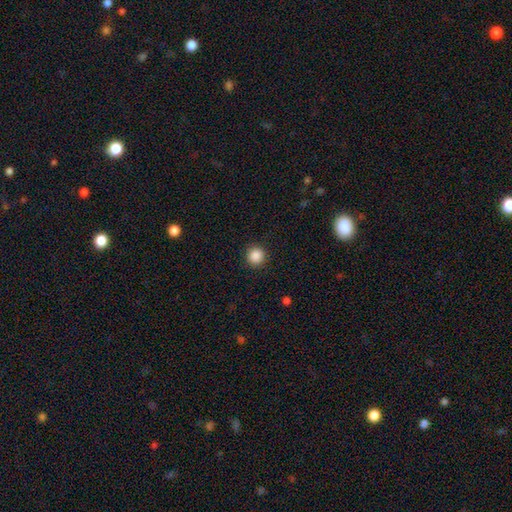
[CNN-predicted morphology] The model was most divided on "smooth or featured": smooth: 88%, star or artifact: 9%, featured or disk: 3%. More confident: how rounded — round (94%); merging — none (91%).